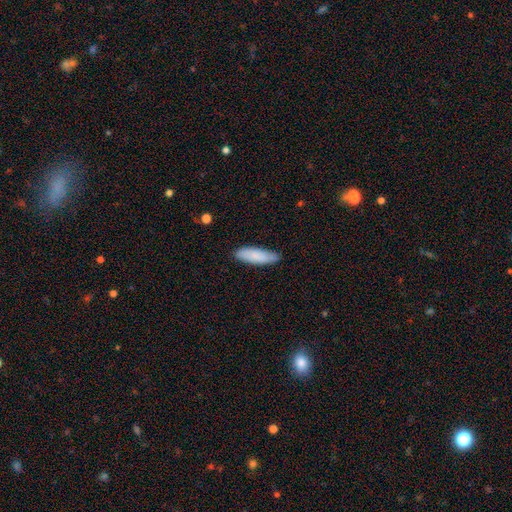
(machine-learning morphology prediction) Overall: smooth (84%). How rounded: cigar-shaped (52%; in between 47%). Merging: none (83%).